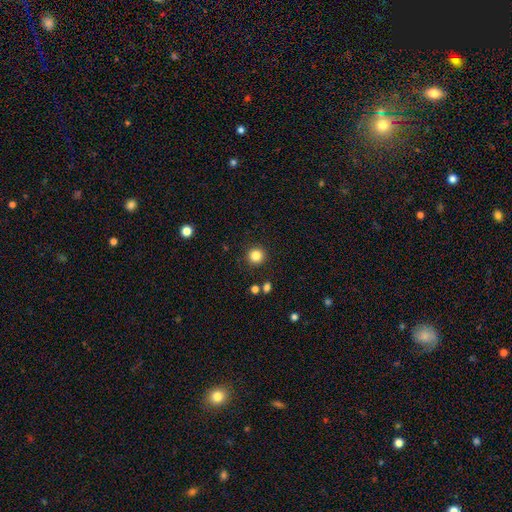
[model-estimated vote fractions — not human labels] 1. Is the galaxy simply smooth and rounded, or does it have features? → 84% smooth, 11% star or artifact, 5% featured or disk.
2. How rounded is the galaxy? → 94% round, 5% in between, 1% cigar-shaped.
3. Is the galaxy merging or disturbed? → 91% none, 5% minor disturbance, 2% major disturbance, 2% merger.